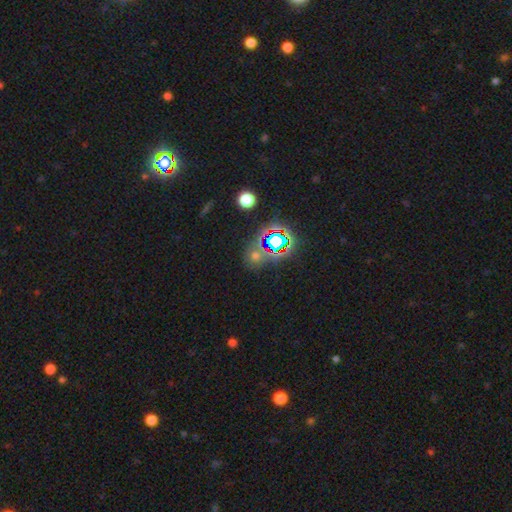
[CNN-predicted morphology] smooth_or_featured: star or artifact (p=0.48) [alt: smooth p=0.43]